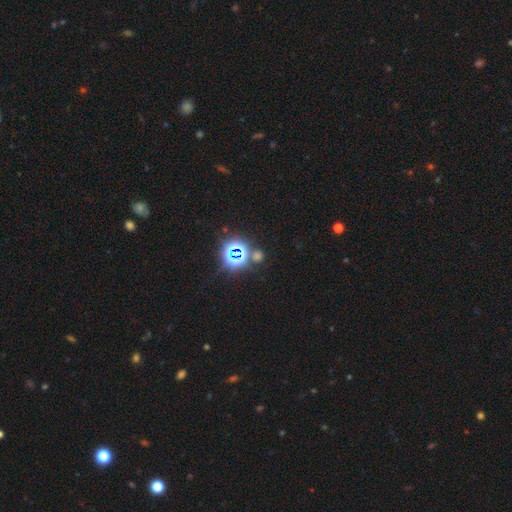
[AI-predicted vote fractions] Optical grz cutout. It shows a star or artifact, not a galaxy (75%).